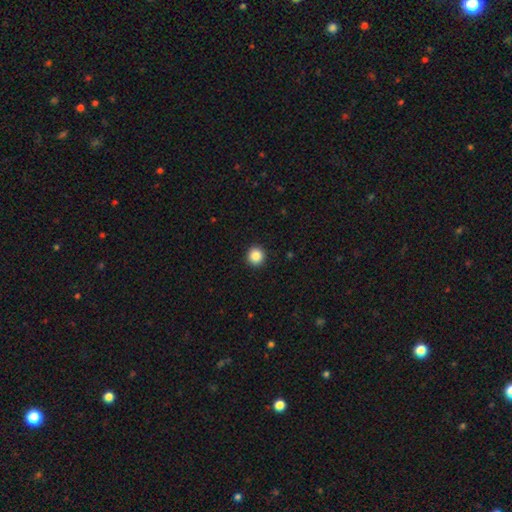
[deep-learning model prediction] smooth_or_featured: smooth (p=0.87) [alt: star or artifact p=0.09]
how_rounded: round (p=0.95) [alt: in between p=0.04]
merging: none (p=0.93) [alt: minor disturbance p=0.04]